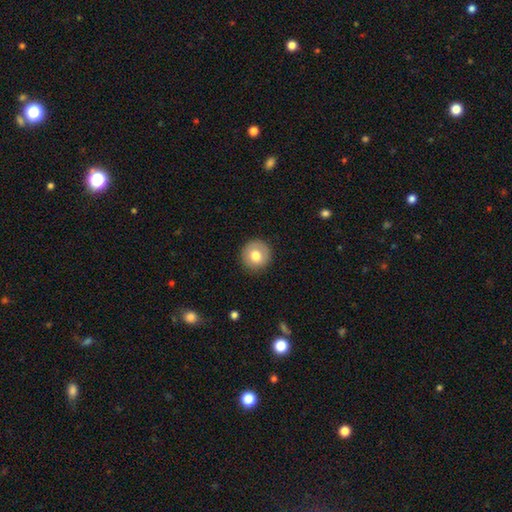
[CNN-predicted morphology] Overall: smooth (76%). How rounded: round (93%). Merging: none (89%).